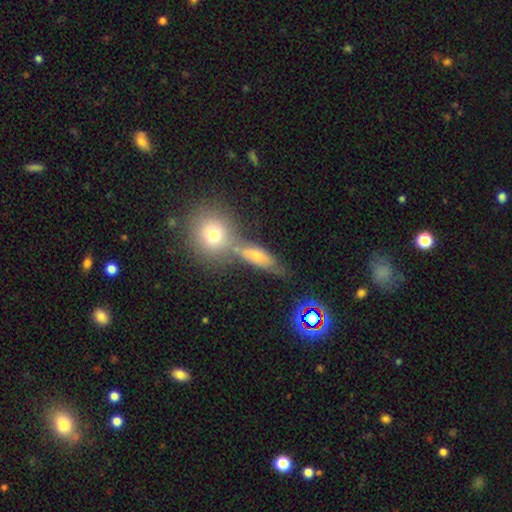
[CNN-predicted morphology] smooth_or_featured: smooth (p=0.61) [alt: featured or disk p=0.24]
how_rounded: in between (p=0.57) [alt: cigar-shaped p=0.27]
merging: none (p=0.49) [alt: merger p=0.27]